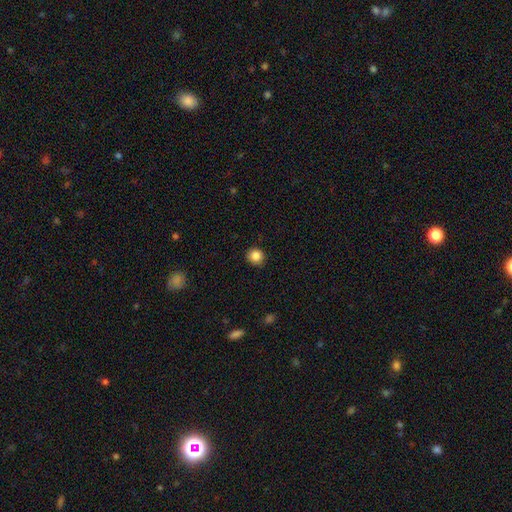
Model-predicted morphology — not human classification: A smooth galaxy with no disk features (86%) that is round (89%). Merging: none (91%).